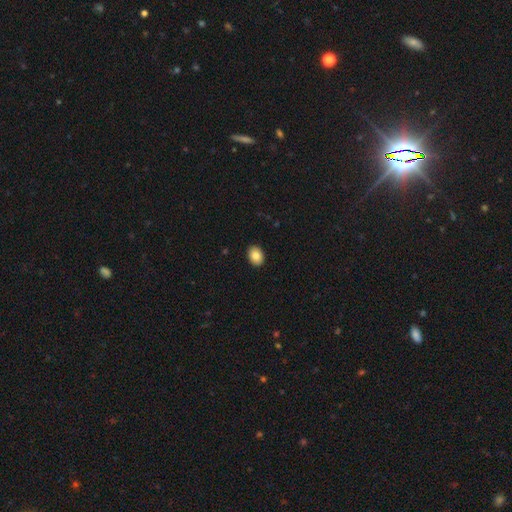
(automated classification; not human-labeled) Overall: smooth (83%). How rounded: in between (70%). Merging: none (91%).